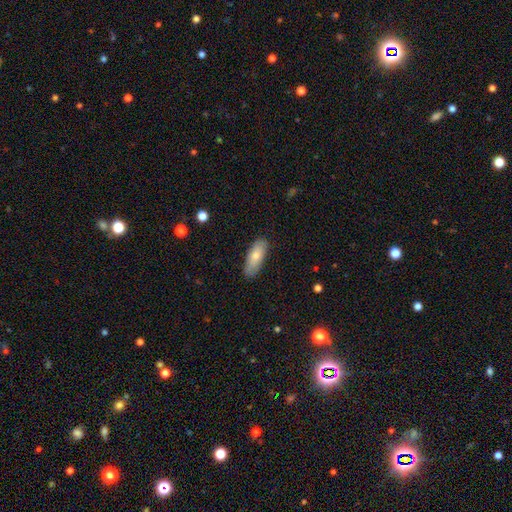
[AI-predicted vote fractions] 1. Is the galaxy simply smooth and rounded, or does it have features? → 71% smooth, 23% featured or disk, 7% star or artifact.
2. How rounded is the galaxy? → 67% in between, 30% cigar-shaped, 2% round.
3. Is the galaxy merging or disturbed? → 83% none, 14% minor disturbance, 2% major disturbance, 1% merger.